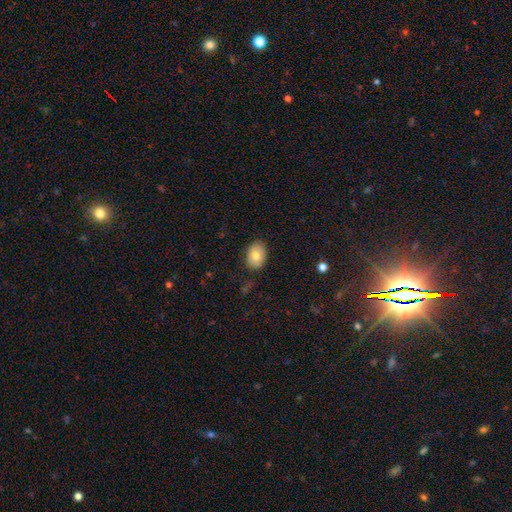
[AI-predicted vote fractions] Morphology: type=smooth (79%); roundness=in between (75%); merging=none (85%).